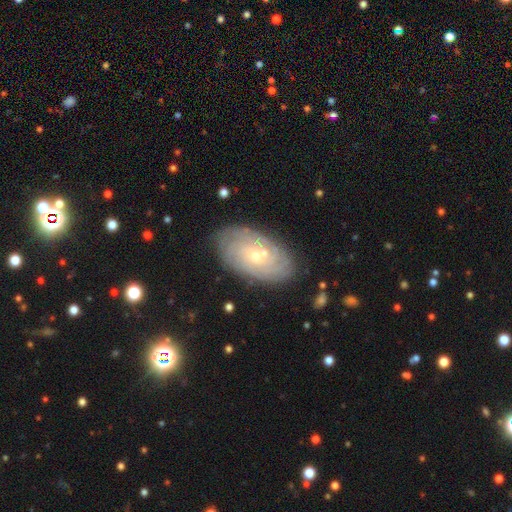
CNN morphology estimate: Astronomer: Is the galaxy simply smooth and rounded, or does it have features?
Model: featured or disk — 75%.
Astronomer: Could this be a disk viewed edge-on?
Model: no — 95%.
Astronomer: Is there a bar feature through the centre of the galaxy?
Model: no — 70%.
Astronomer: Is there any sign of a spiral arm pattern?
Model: yes — 91%.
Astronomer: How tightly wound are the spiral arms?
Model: tight — 79%.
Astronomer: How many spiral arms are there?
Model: can't tell — 50%.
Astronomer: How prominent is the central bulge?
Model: small — 69%.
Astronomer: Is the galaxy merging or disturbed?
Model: none — 81%.